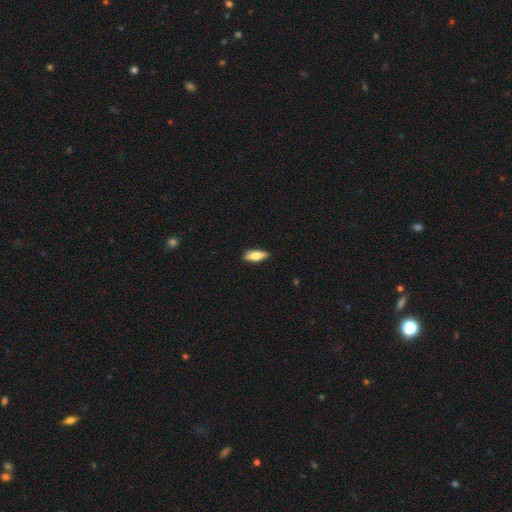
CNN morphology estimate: The model was most divided on "how rounded": in between: 64%, cigar-shaped: 33%, round: 2%. More confident: merging — none (87%); smooth or featured — smooth (70%).